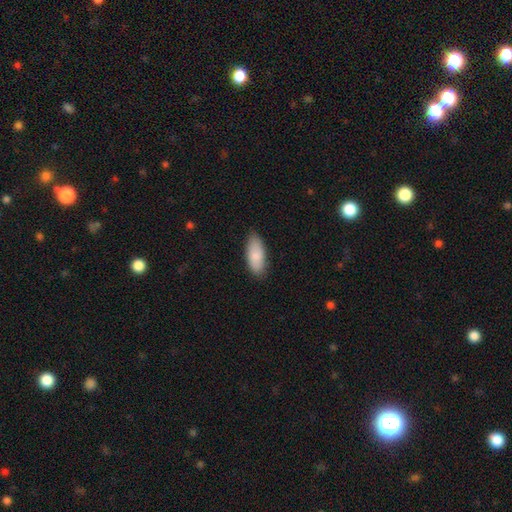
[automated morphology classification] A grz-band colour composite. It shows a smooth galaxy with no disk features (86%) that is in between round and cigar-shaped (86%). Merging: none (83%).